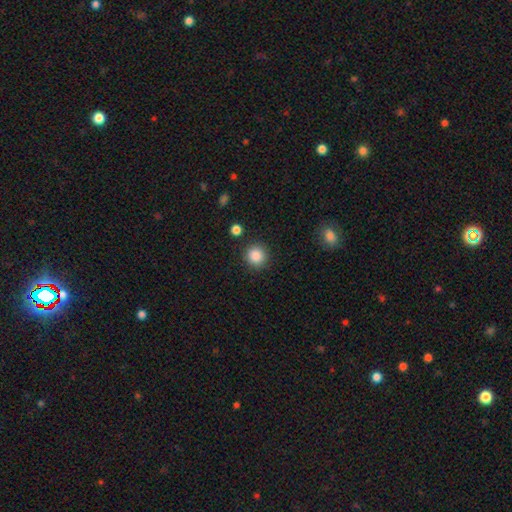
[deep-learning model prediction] Smooth or featured? smooth (87%)
How rounded? round (91%)
Merging? none (88%)